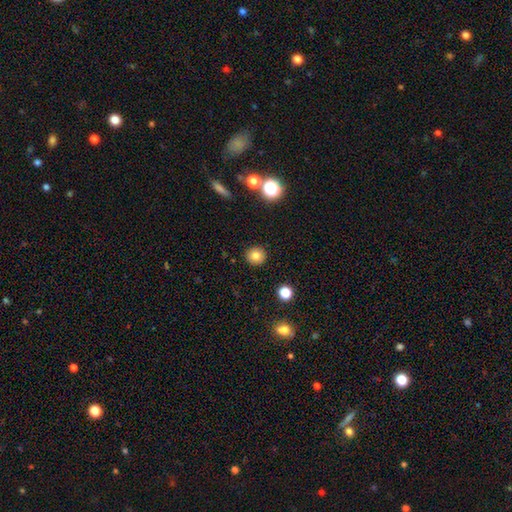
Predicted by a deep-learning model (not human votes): This appears to be a smooth galaxy with no disk features (79%) that is round (92%). Merging: none (91%).